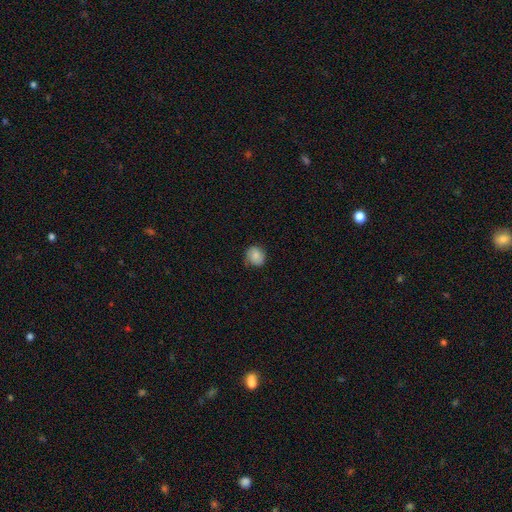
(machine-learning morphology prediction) Smooth or featured? Predicted: smooth (p=0.79). How rounded? Predicted: round (p=0.80). Merging? Predicted: none (p=0.73).